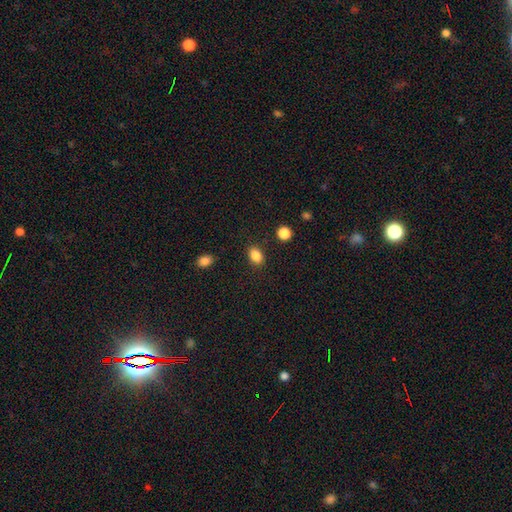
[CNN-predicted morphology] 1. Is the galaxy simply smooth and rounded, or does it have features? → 86% smooth, 10% star or artifact, 4% featured or disk.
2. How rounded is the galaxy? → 76% in between, 23% round, 1% cigar-shaped.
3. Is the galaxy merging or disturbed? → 86% none, 9% minor disturbance, 3% major disturbance, 2% merger.